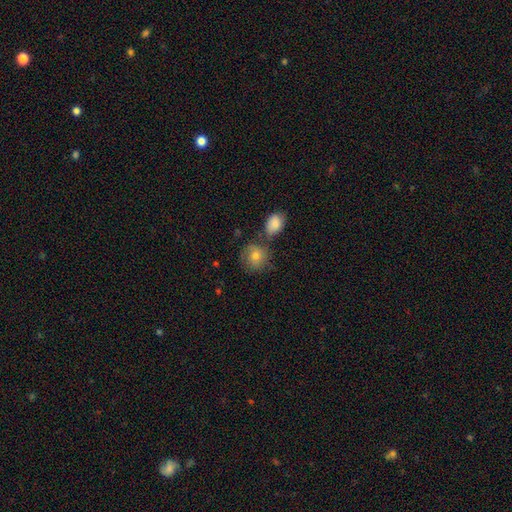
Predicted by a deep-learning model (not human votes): Smooth or featured?
  - smooth: 68% *
  - featured or disk: 23%
  - star or artifact: 10%
How rounded?
  - round: 81% *
  - in between: 18%
  - cigar-shaped: 1%
Merging?
  - none: 58% *
  - merger: 19%
  - minor disturbance: 17%
  - major disturbance: 6%